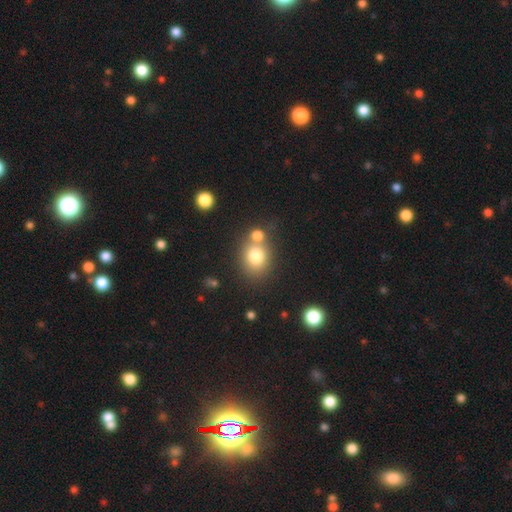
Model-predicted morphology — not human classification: Smooth or featured?
  - smooth: 77% *
  - star or artifact: 12%
  - featured or disk: 11%
How rounded?
  - round: 66% *
  - in between: 33%
  - cigar-shaped: 1%
Merging?
  - none: 55% *
  - merger: 30%
  - minor disturbance: 10%
  - major disturbance: 4%